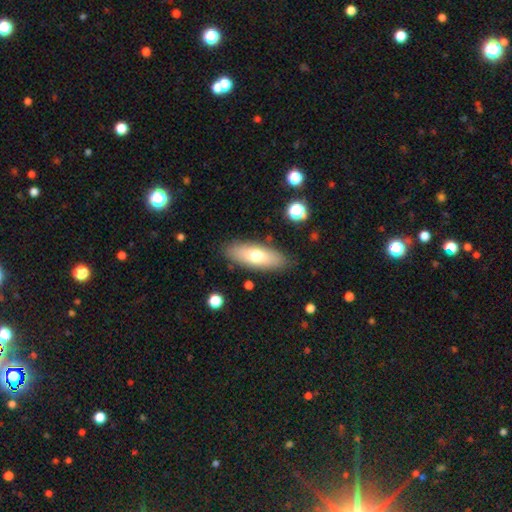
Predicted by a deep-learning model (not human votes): This is likely a smooth galaxy (67%). How rounded: likely in between (68%). Merging: clearly none (85%).